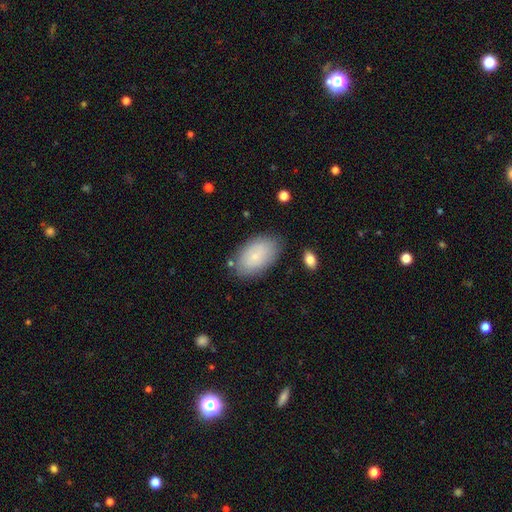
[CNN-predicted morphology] smooth 76%, featured or disk 17%, star or artifact 7%. Down the decision tree: how rounded — in between (94%); merging — none (78%).